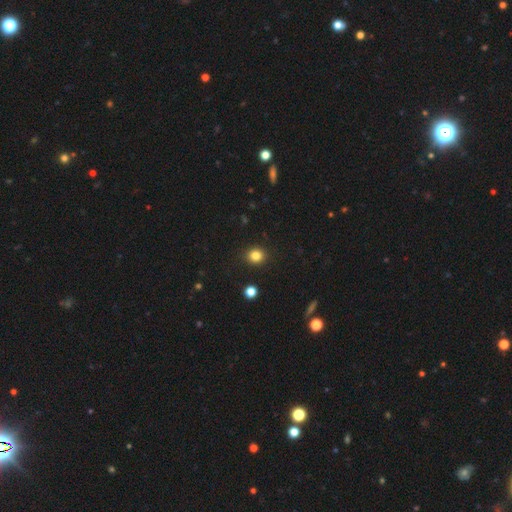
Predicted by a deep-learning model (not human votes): A smooth galaxy with no disk features (82%) that is round (82%).

Vote fractions:
- Smooth or featured? smooth: 82% / star or artifact: 12% / featured or disk: 5%
- How rounded? round: 82% / in between: 17% / cigar-shaped: 1%
- Merging? none: 91% / minor disturbance: 6% / major disturbance: 2% / merger: 1%